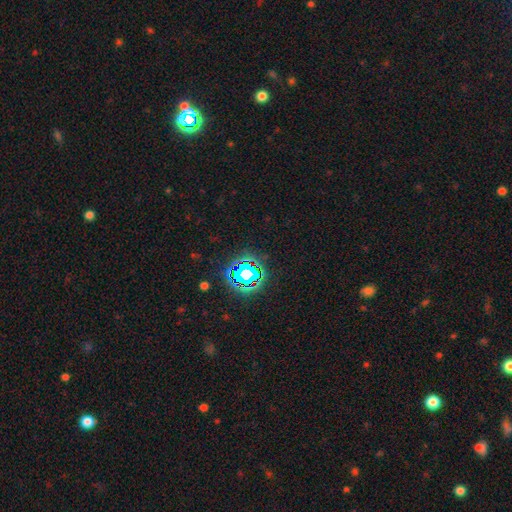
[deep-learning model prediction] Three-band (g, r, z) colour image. It shows a star or artifact, not a galaxy (80%).